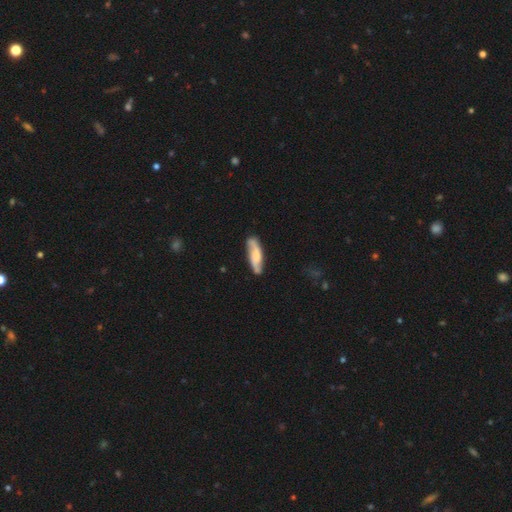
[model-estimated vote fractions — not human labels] Smooth or featured: featured or disk — 51% (smooth — 43%)
Edge-on disk: no — 73% (yes — 27%)
Merging: none — 76% (minor disturbance — 17%)